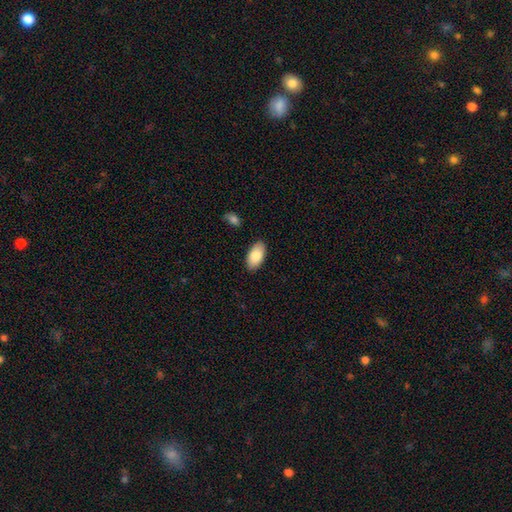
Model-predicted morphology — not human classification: The model was most divided on "smooth or featured": smooth: 85%, featured or disk: 9%, star or artifact: 6%. More confident: how rounded — in between (96%); merging — none (88%).